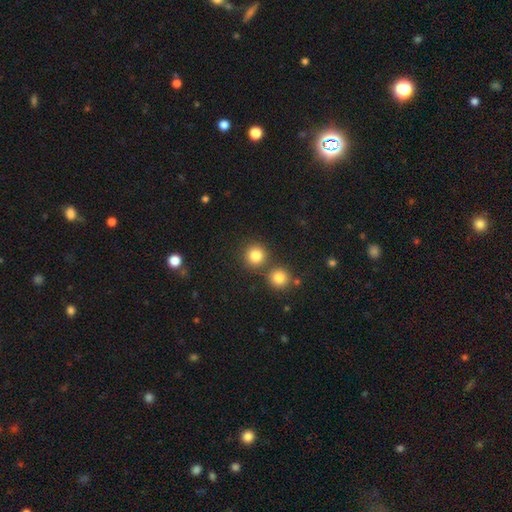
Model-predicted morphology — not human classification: The model was most divided on "merging": none: 76%, merger: 14%, minor disturbance: 7%, major disturbance: 3%. More confident: how rounded — round (93%); smooth or featured — smooth (82%).